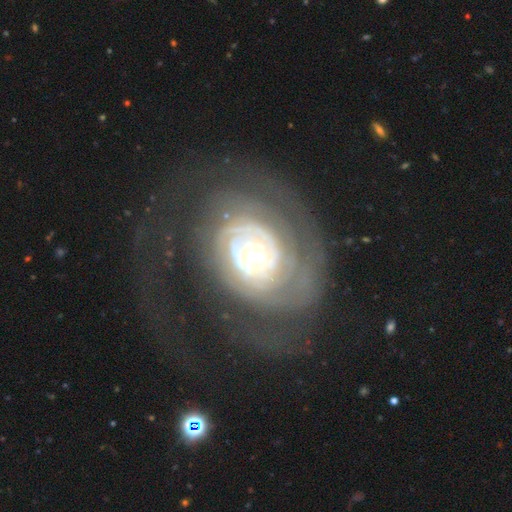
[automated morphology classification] This appears to be a featured or disk galaxy (86%) with no bar (70%), tight (75%) spiral arms (89%) and a moderate central bulge (68%). Merging: none (57%).